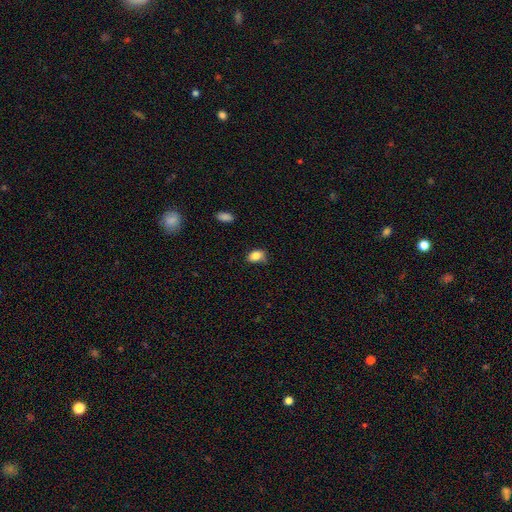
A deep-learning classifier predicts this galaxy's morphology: type=smooth (84%); roundness=in between (82%); merging=none (59%).